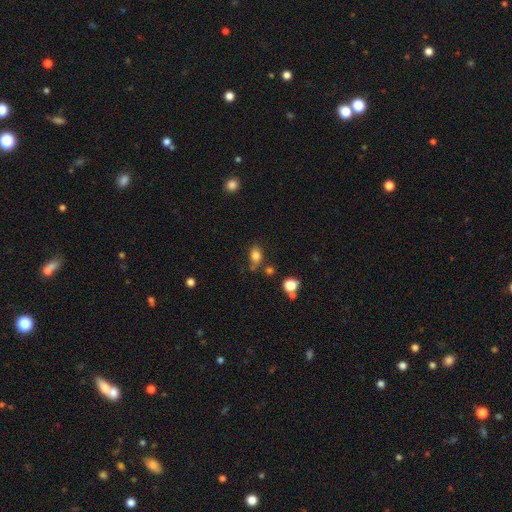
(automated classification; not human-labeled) Overall: smooth (80%). How rounded: in between (75%). Merging: none (61%; minor disturbance 24%).